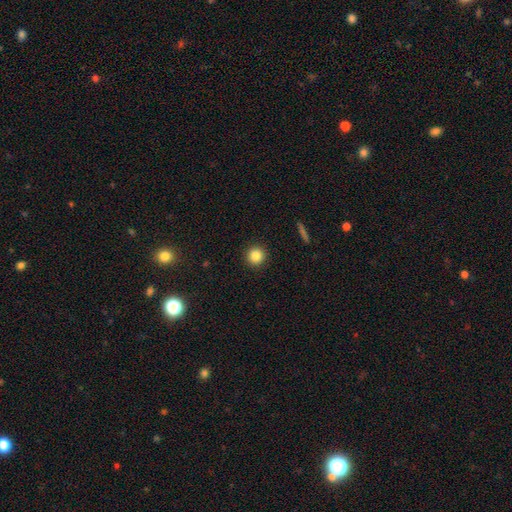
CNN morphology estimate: This appears to be a smooth galaxy with no disk features (85%) that is round (94%). Merging: none (92%).